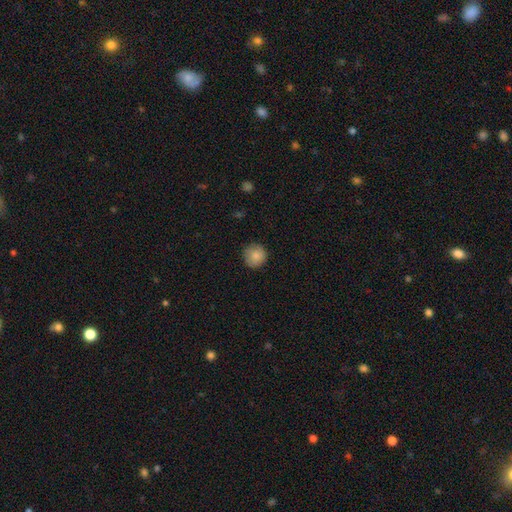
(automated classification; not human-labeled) Overall: smooth (85%). How rounded: round (94%). Merging: none (86%).